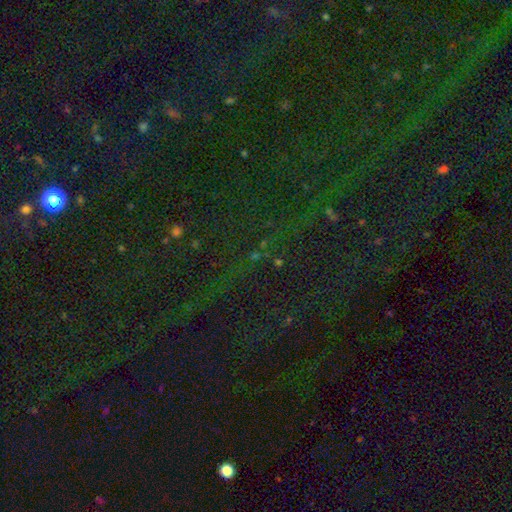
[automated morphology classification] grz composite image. It shows a star or artifact, not a galaxy (81%).